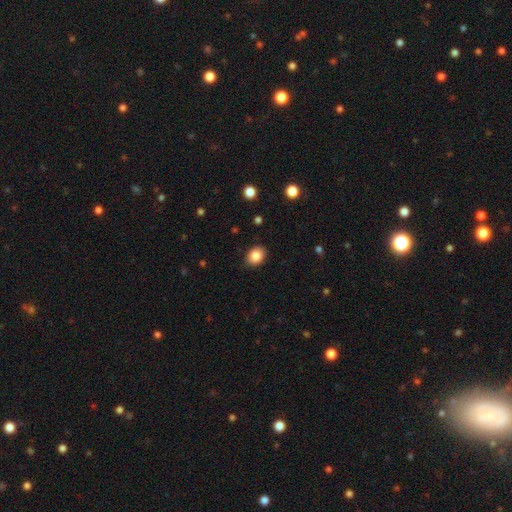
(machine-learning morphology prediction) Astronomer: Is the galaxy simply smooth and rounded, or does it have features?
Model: smooth — 86%.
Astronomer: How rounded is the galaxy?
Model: in between — 53% (runner-up: round, 47%).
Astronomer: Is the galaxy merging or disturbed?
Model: none — 87%.